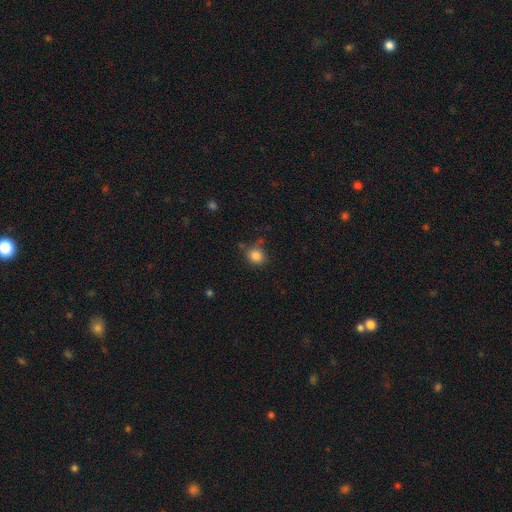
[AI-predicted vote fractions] A smooth galaxy with no disk features (85%) that is round (76%). Merging: none (75%).